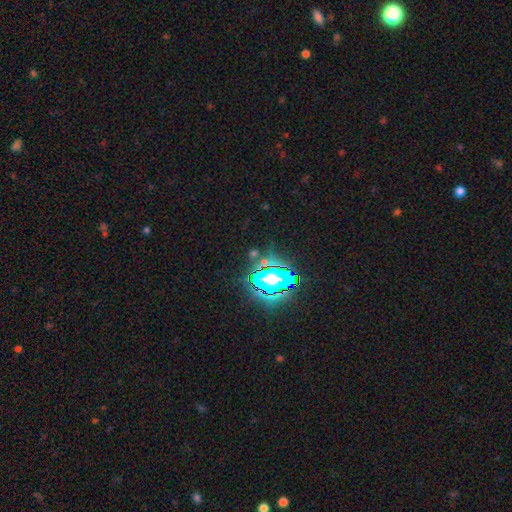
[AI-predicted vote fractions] This appears to be a star or artifact, not a galaxy (67%).